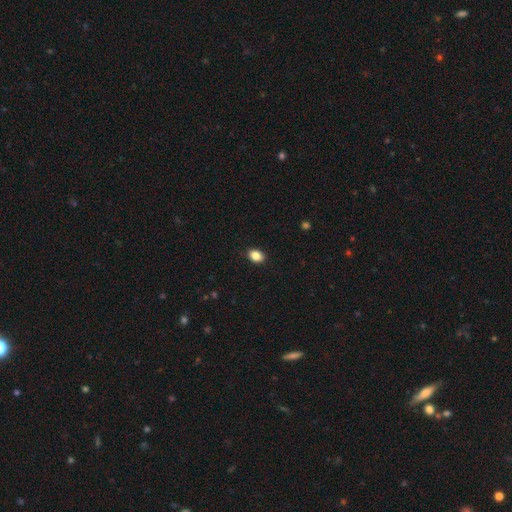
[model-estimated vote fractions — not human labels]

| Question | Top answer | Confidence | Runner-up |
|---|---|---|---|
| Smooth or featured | smooth | 87% | star or artifact (9%) |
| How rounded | in between | 74% | round (25%) |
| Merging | none | 89% | minor disturbance (8%) |